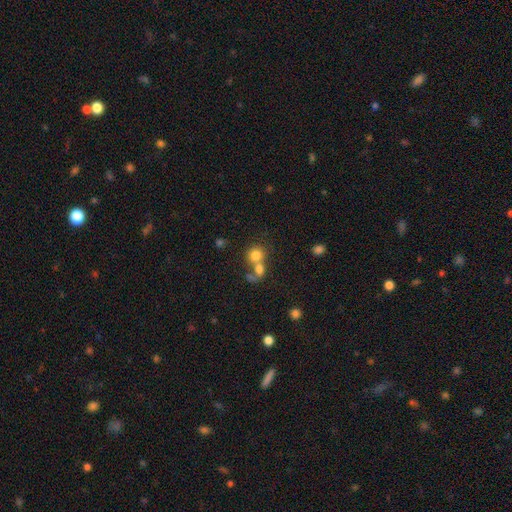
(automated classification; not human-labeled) Smooth or featured? smooth (76%)
How rounded? round (79%)
Merging? merger (54%)